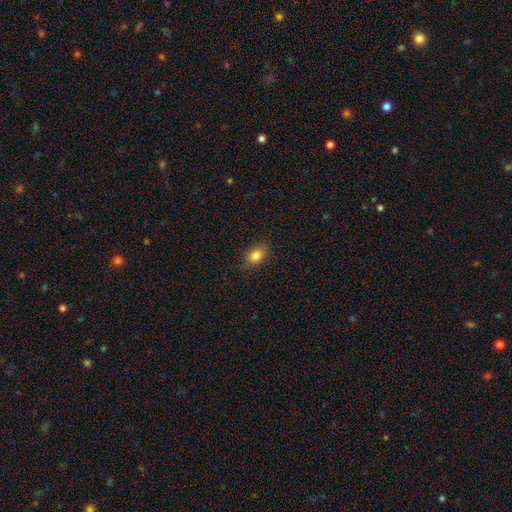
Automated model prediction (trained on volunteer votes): smooth_or_featured: smooth (p=0.83) [alt: star or artifact p=0.09]
how_rounded: in between (p=0.81) [alt: round p=0.17]
merging: none (p=0.85) [alt: minor disturbance p=0.11]